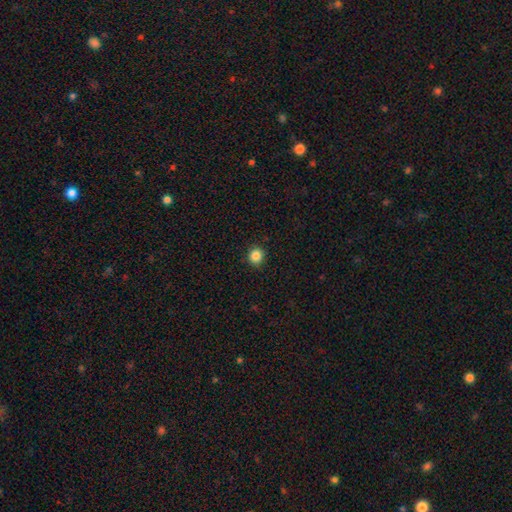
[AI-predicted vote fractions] Morphology: type=smooth (86%); roundness=round (91%); merging=none (92%).